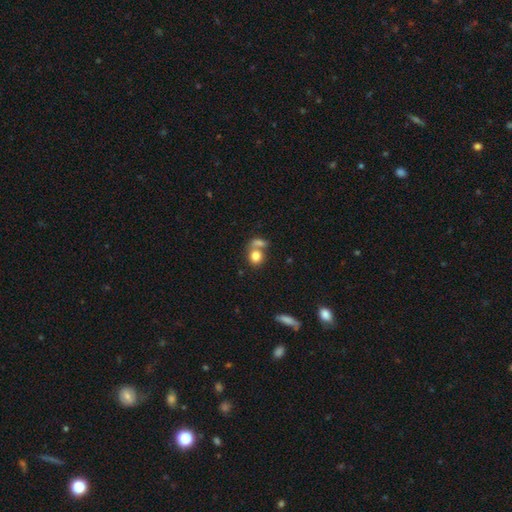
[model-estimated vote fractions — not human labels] A smooth galaxy with no disk features (79%) that is round (72%).

Vote fractions:
- Smooth or featured? smooth: 79% / featured or disk: 11% / star or artifact: 10%
- How rounded? round: 72% / in between: 27% / cigar-shaped: 2%
- Merging? merger: 47% / none: 40% / minor disturbance: 8% / major disturbance: 5%